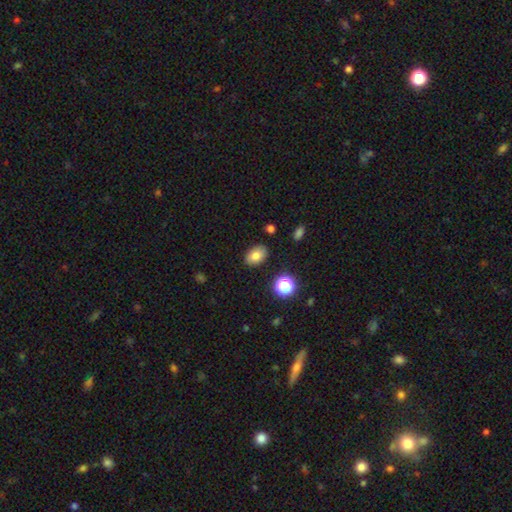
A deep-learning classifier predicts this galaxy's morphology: This appears to be a smooth galaxy with no disk features (80%) that is in between round and cigar-shaped (84%). Merging: none (86%).